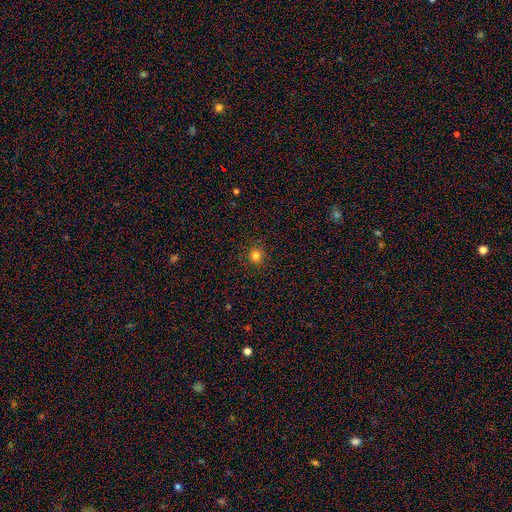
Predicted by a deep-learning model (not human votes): This appears to be a smooth galaxy with no disk features (80%) that is round (94%). Merging: none (91%).